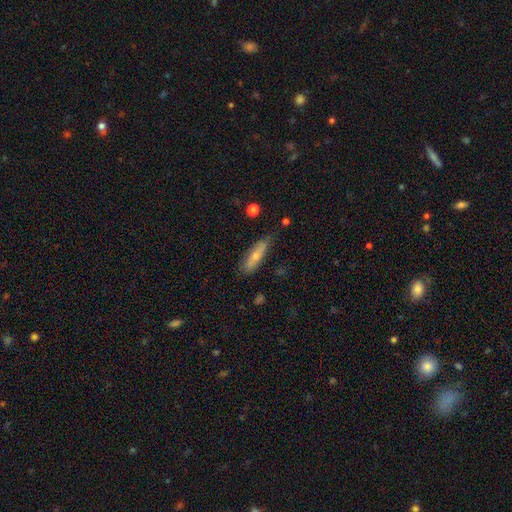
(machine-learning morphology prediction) smooth_or_featured: smooth (p=0.61) [alt: featured or disk p=0.33]
how_rounded: cigar-shaped (p=0.61) [alt: in between p=0.36]
merging: none (p=0.73) [alt: minor disturbance p=0.21]